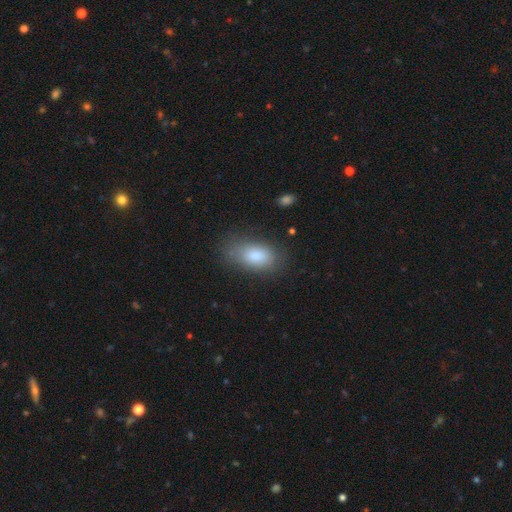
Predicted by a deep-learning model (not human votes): smooth_or_featured: smooth (p=0.82) [alt: featured or disk p=0.11]
how_rounded: in between (p=0.92) [alt: round p=0.05]
merging: none (p=0.67) [alt: minor disturbance p=0.22]